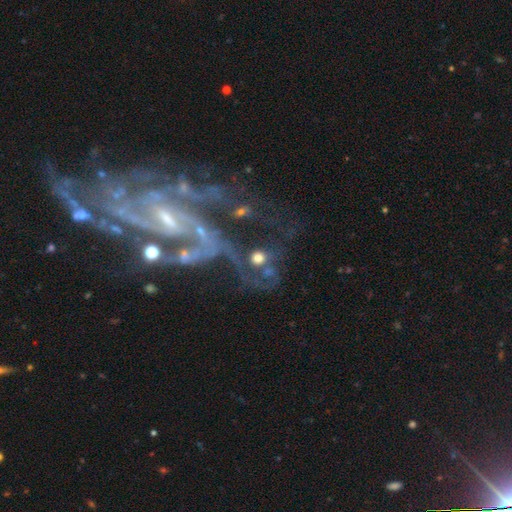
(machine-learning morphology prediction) smooth-or-featured: featured or disk: 78% | star or artifact: 13% | smooth: 9%
  disk-edge-on: no: 96% | yes: 4%
    bar: weak: 41% | no: 35% | strong: 24%
    has-spiral-arms: yes: 86% | no: 14%
      spiral-winding: medium: 44% | tight: 31% | loose: 25%
      spiral-arm-count: 2: 38% | can't tell: 25% | 3: 15% | 1: 8% | 4: 8% | more than 4: 7%
    bulge-size: small: 52% | moderate: 30% | none: 13% | large: 4% | dominant: 2%
  merging: none: 37% | major disturbance: 26% | merger: 21% | minor disturbance: 16%